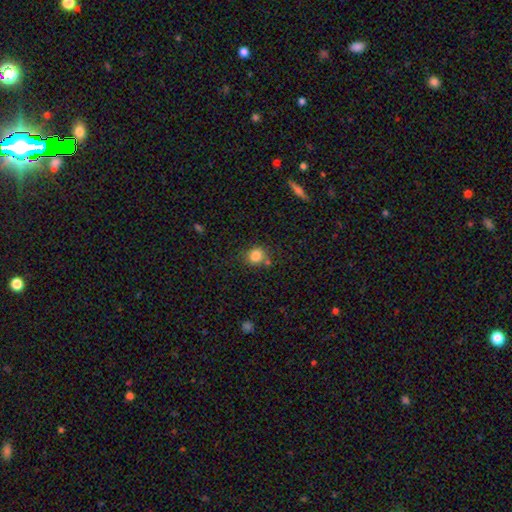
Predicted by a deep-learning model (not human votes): This is clearly a smooth galaxy (84%). How rounded: likely round (78%). Merging: likely none (73%).